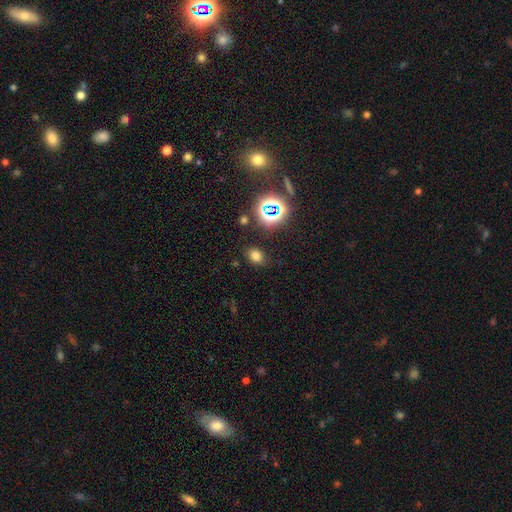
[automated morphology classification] The model was most divided on "how rounded": in between: 62%, round: 36%, cigar-shaped: 1%. More confident: merging — none (81%); smooth or featured — smooth (68%).